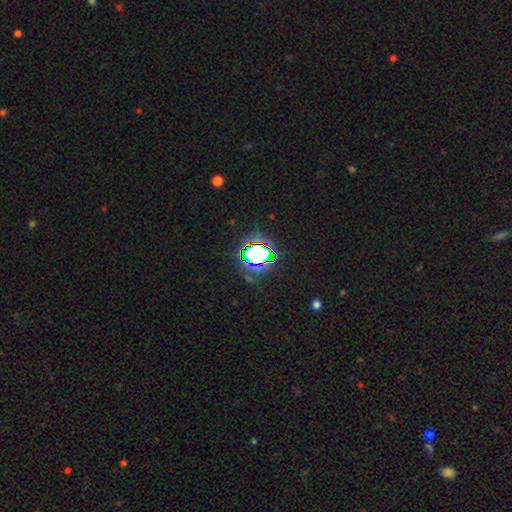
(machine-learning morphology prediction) Q: Smooth or featured?
A: star or artifact (63%); runner-up: smooth (24%)